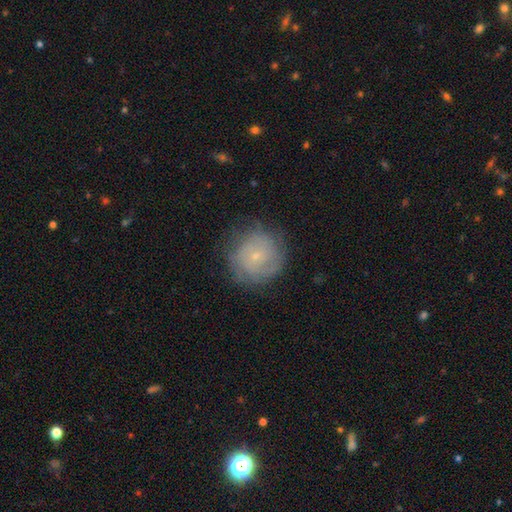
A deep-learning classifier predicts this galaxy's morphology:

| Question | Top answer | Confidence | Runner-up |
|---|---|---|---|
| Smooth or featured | featured or disk | 50% | smooth (41%) |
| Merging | none | 77% | minor disturbance (16%) |